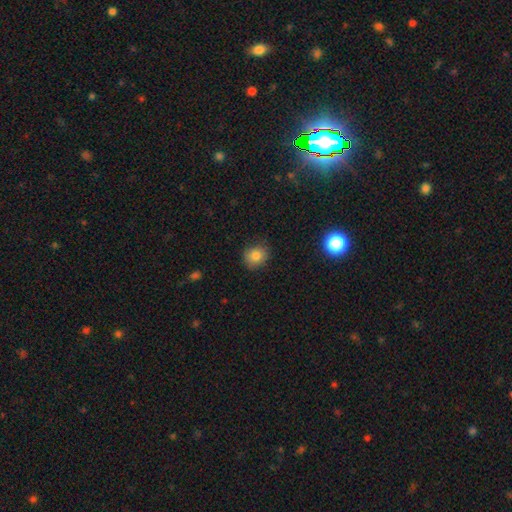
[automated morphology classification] type=smooth (81%); roundness=round (73%); merging=none (83%).